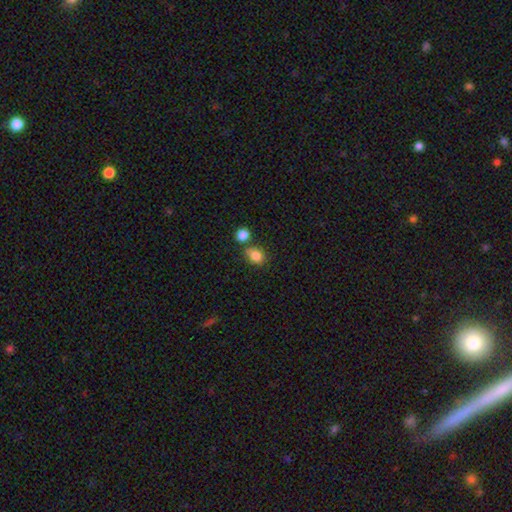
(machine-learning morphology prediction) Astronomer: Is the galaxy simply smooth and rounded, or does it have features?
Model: smooth — 84%.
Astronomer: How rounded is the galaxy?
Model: in between — 50% (runner-up: round, 49%).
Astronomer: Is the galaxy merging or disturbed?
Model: none — 63%.